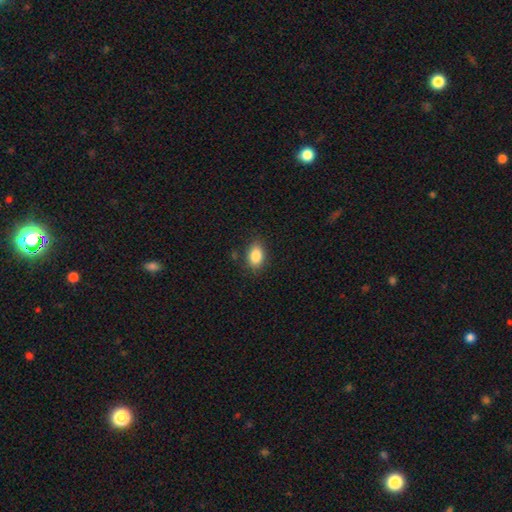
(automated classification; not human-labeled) Smooth or featured? smooth (86%)
How rounded? in between (84%)
Merging? none (83%)